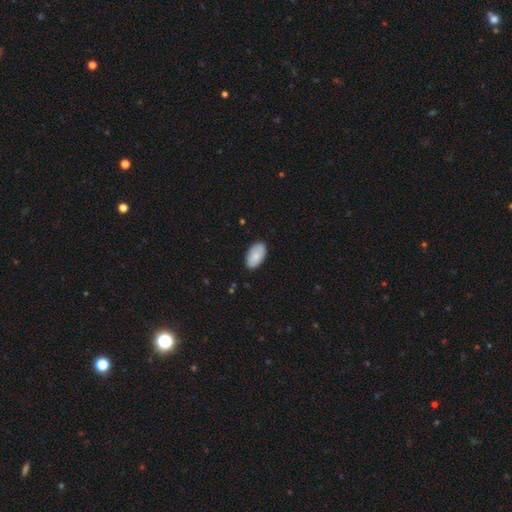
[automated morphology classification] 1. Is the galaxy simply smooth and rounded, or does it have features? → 83% smooth, 11% featured or disk, 6% star or artifact.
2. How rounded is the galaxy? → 95% in between, 3% round, 1% cigar-shaped.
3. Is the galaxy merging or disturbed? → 86% none, 11% minor disturbance, 2% major disturbance, 1% merger.